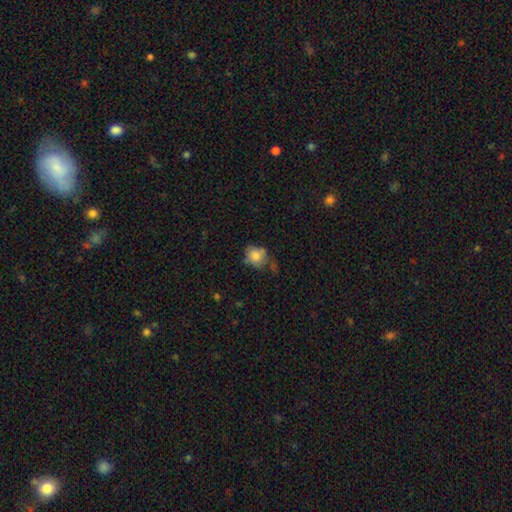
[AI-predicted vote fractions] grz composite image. It shows a smooth galaxy with no disk features (76%) that is round (60%). Merging: none (49%).